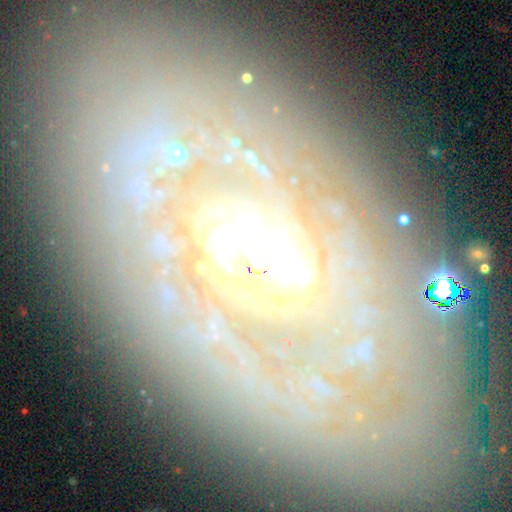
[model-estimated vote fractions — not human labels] smooth-or-featured: featured or disk: 78% | smooth: 12% | star or artifact: 11%
  disk-edge-on: no: 90% | yes: 10%
    bar: no: 54% | weak: 24% | strong: 22%
    has-spiral-arms: yes: 75% | no: 25%
      spiral-winding: tight: 63% | medium: 23% | loose: 14%
      spiral-arm-count: can't tell: 37% | 2: 22% | 3: 11% | 1: 11% | more than 4: 9% | 4: 9%
    bulge-size: moderate: 45% | large: 31% | small: 15% | dominant: 5% | none: 4%
  merging: none: 66% | minor disturbance: 16% | major disturbance: 14% | merger: 5%